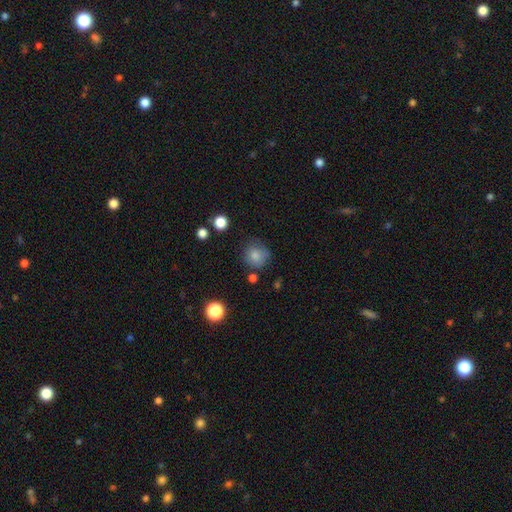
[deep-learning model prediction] Smooth or featured? smooth (82%)
How rounded? round (89%)
Merging? none (73%)